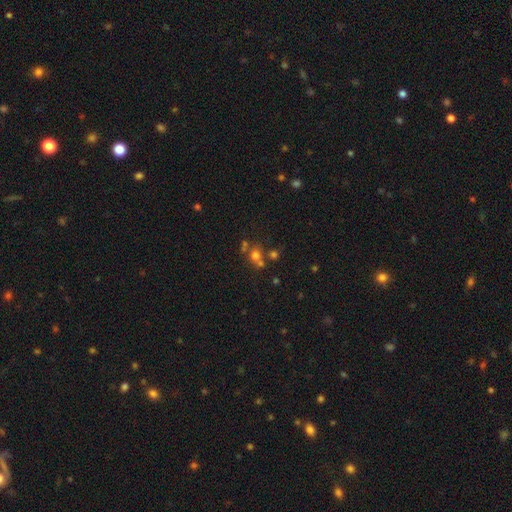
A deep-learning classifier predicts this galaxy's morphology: Smooth or featured: smooth — 60% (star or artifact — 24%)
How rounded: round — 82% (in between — 17%)
Merging: none — 52% (merger — 34%)